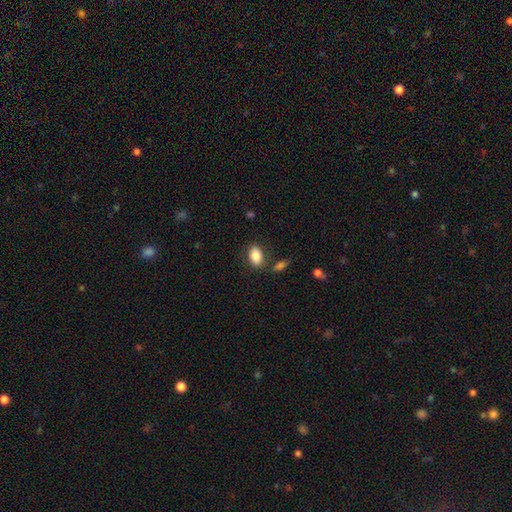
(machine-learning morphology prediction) smooth_or_featured: smooth (p=0.86) [alt: star or artifact p=0.07]
how_rounded: in between (p=0.89) [alt: round p=0.09]
merging: none (p=0.77) [alt: minor disturbance p=0.12]